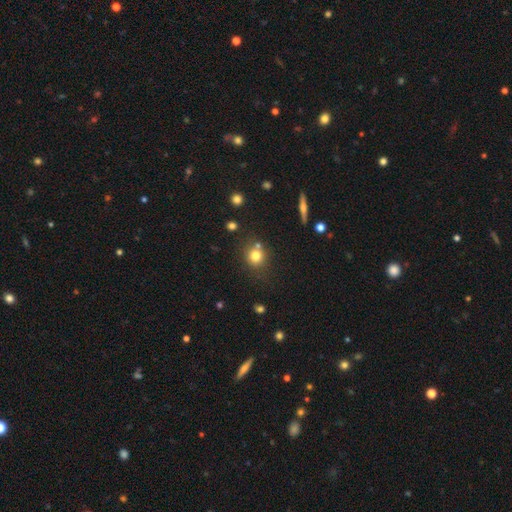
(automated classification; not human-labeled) smooth 77%, star or artifact 13%, featured or disk 10%. Down the decision tree: how rounded — round (86%); merging — none (70%).